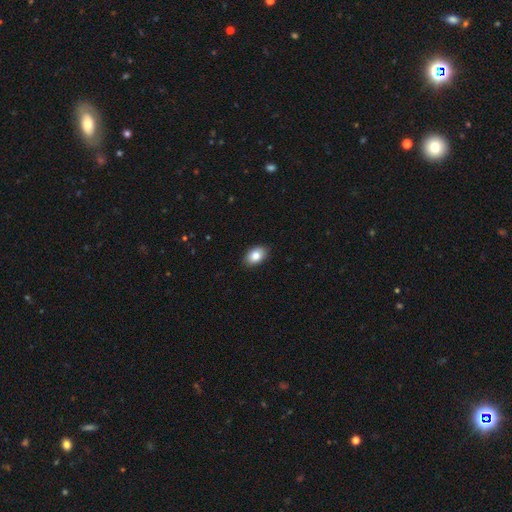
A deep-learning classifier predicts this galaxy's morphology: smooth_or_featured: smooth (p=0.85) [alt: star or artifact p=0.08]
how_rounded: in between (p=0.87) [alt: round p=0.12]
merging: none (p=0.89) [alt: minor disturbance p=0.08]